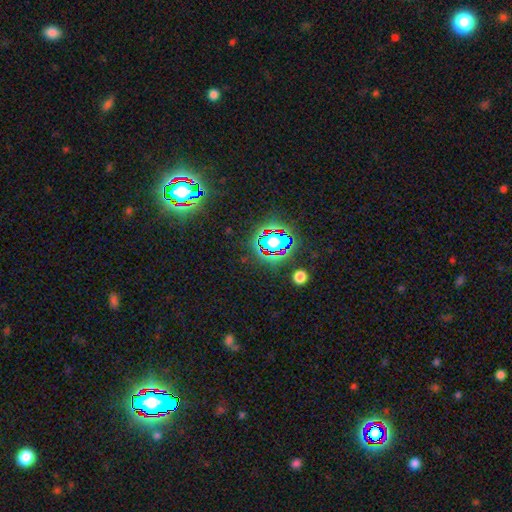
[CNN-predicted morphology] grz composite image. It shows a star or artifact, not a galaxy (81%).